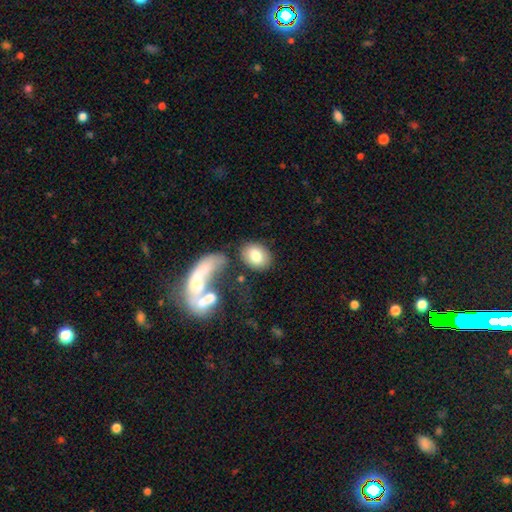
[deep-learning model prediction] Morphology: type=smooth (78%); roundness=in between (66%); merging=none (68%).